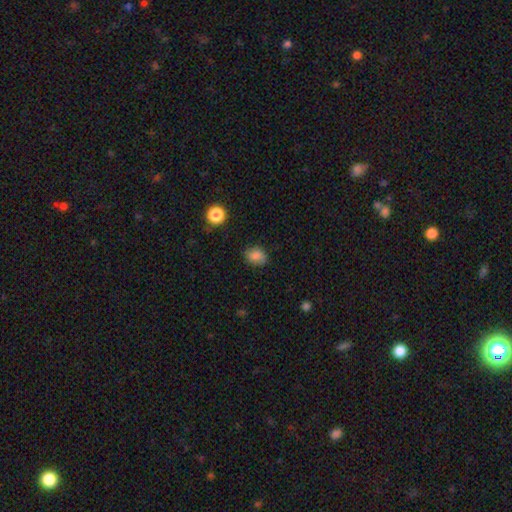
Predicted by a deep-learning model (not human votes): The model was most divided on "how rounded": in between: 56%, round: 43%, cigar-shaped: 1%. More confident: smooth or featured — smooth (82%); merging — none (79%).